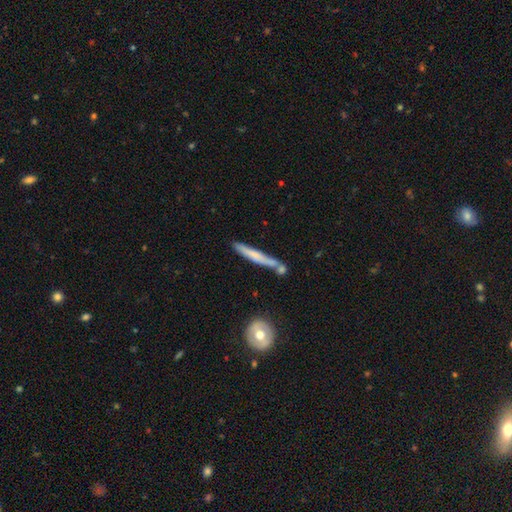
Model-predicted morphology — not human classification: The model was most divided on "smooth or featured": smooth: 53%, featured or disk: 41%, star or artifact: 6%. More confident: how rounded — cigar-shaped (94%); merging — none (69%).